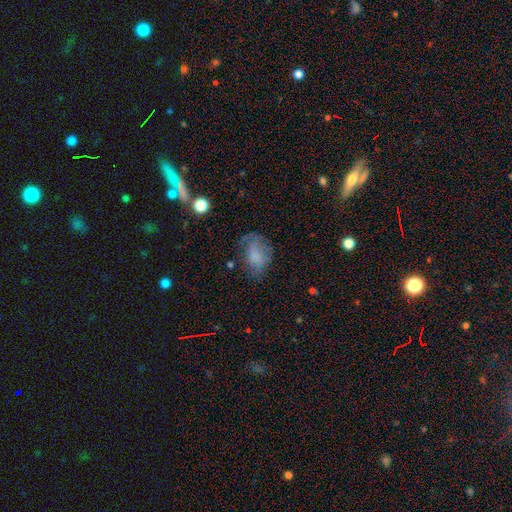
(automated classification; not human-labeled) Smooth or featured? Predicted: smooth (p=0.66). How rounded? Predicted: in between (p=0.77). Merging? Predicted: none (p=0.45).